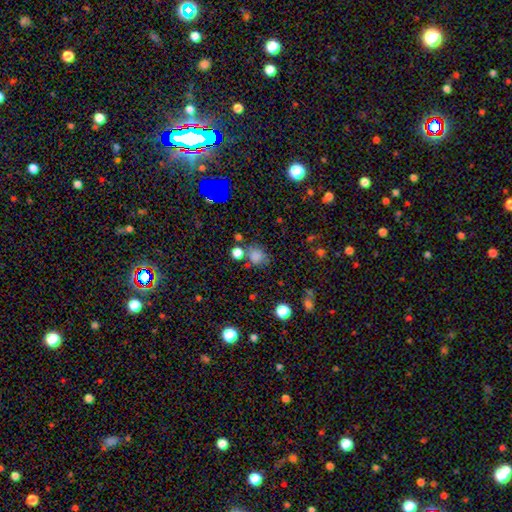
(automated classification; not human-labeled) This appears to be a smooth galaxy with no disk features (73%) that is round (74%). Merging: none (63%).